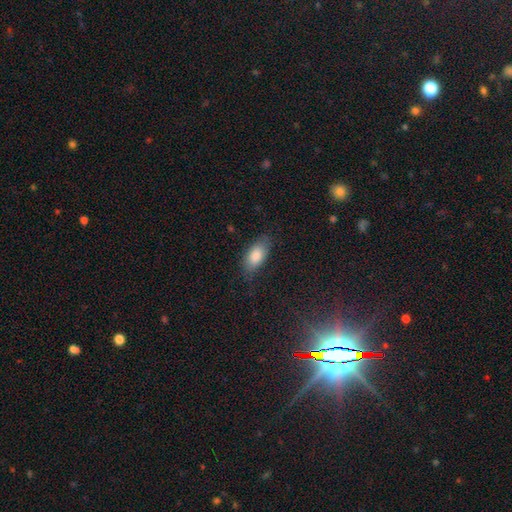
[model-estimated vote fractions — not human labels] Q: Smooth or featured?
A: smooth (83%); runner-up: featured or disk (9%)
Q: How rounded?
A: in between (89%); runner-up: cigar-shaped (7%)
Q: Merging?
A: none (76%); runner-up: minor disturbance (18%)